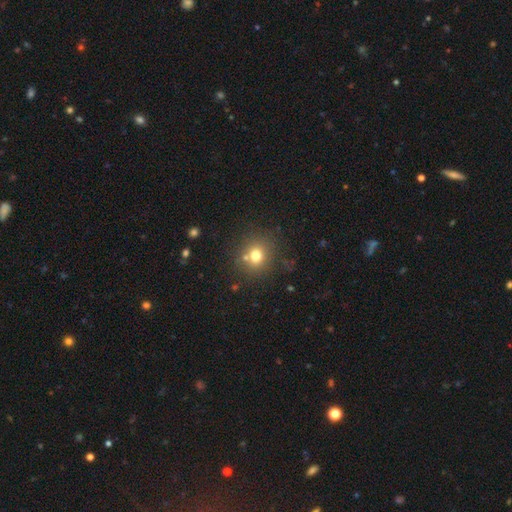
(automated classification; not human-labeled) Smooth or featured? Predicted: smooth (p=0.73). How rounded? Predicted: round (p=0.82). Merging? Predicted: none (p=0.76).